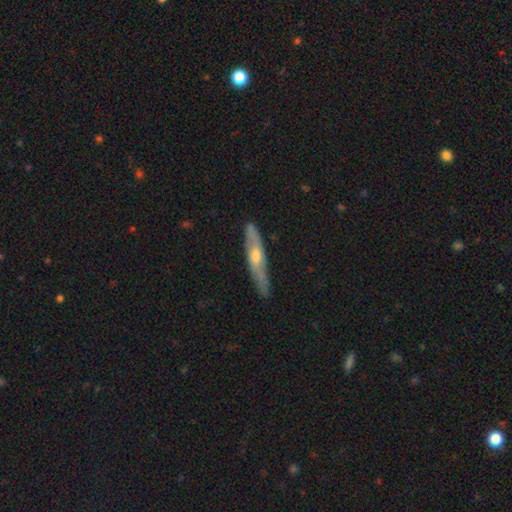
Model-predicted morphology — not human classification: smooth-or-featured: featured or disk: 66% | smooth: 27% | star or artifact: 7%
  disk-edge-on: yes: 77% | no: 23%
    edge-on-bulge: rounded: 84% | none: 13% | boxy: 3%
  merging: none: 84% | minor disturbance: 13% | major disturbance: 2% | merger: 1%